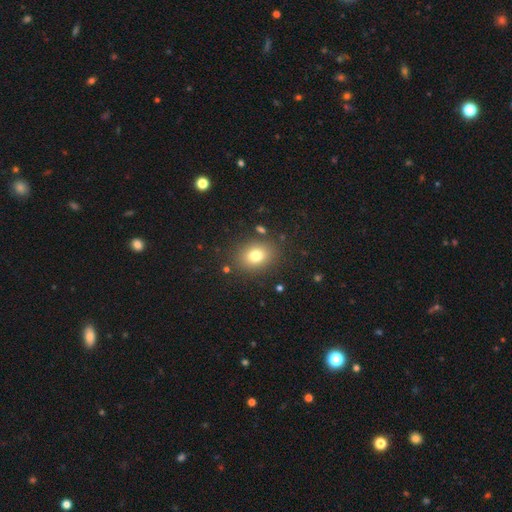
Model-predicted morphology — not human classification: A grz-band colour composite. It shows a smooth galaxy with no disk features (77%) that is in between round and cigar-shaped (53%). Merging: none (85%).